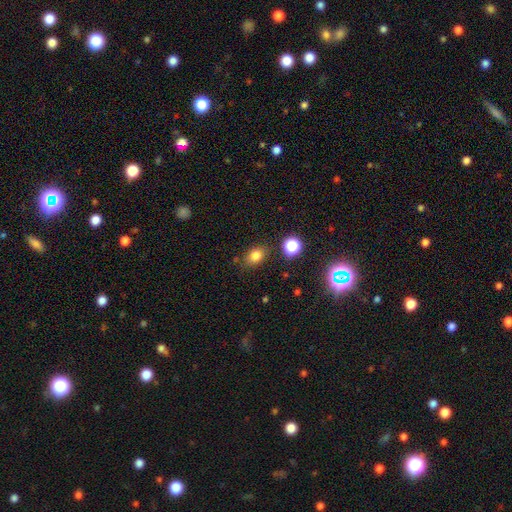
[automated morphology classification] smooth 79%, star or artifact 14%, featured or disk 7%. Down the decision tree: how rounded — in between (62%); merging — none (78%).